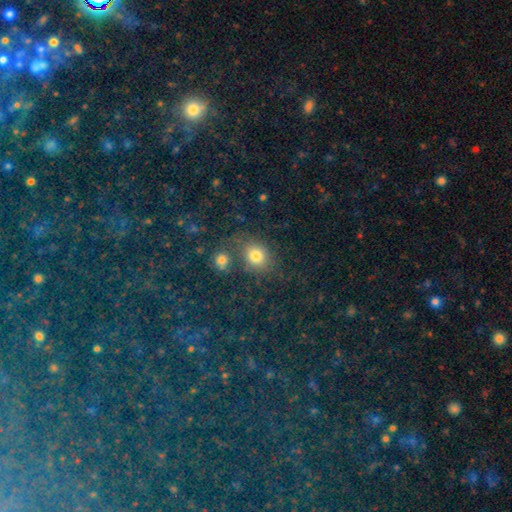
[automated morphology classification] Smooth or featured? Predicted: smooth (p=0.68). How rounded? Predicted: round (p=0.70). Merging? Predicted: none (p=0.64).